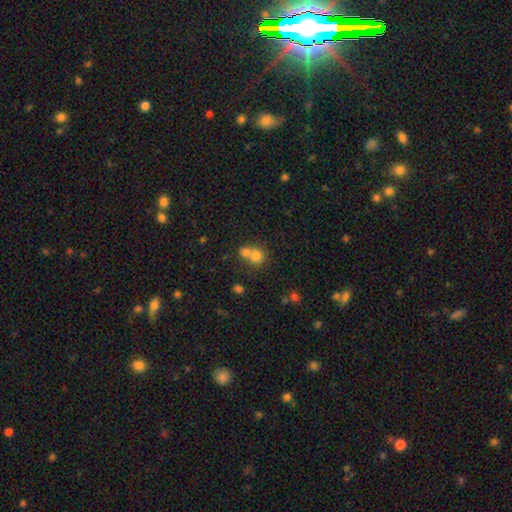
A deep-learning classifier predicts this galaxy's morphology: Overall: smooth (74%). How rounded: round (80%). Merging: merger (59%; none 32%).